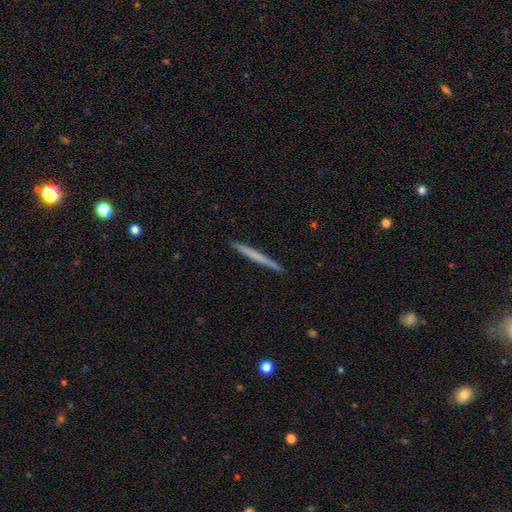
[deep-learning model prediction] A smooth galaxy with no disk features (55%) that is cigar-shaped (97%).

Vote fractions:
- Smooth or featured? smooth: 55% / featured or disk: 40% / star or artifact: 5%
- How rounded? cigar-shaped: 97% / in between: 1% / round: 1%
- Merging? none: 92% / minor disturbance: 6% / major disturbance: 1% / merger: 1%